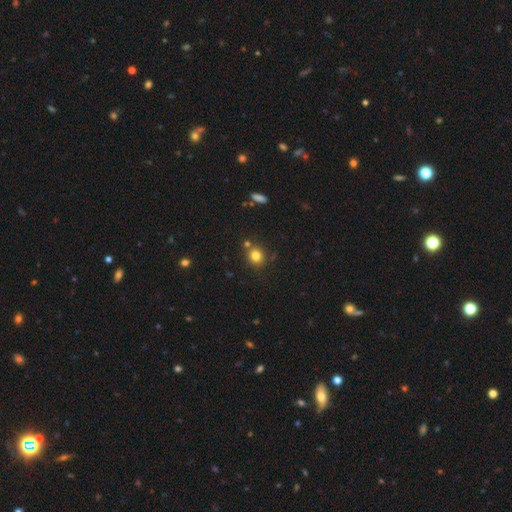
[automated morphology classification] Smooth or featured? Predicted: smooth (p=0.80). How rounded? Predicted: round (p=0.83). Merging? Predicted: none (p=0.76).